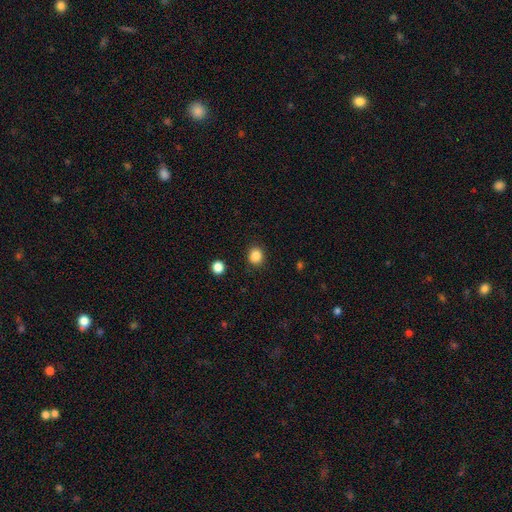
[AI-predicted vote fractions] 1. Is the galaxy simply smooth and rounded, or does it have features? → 86% smooth, 11% star or artifact, 3% featured or disk.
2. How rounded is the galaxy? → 80% round, 20% in between, 1% cigar-shaped.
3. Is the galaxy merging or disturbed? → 88% none, 7% minor disturbance, 3% major disturbance, 2% merger.